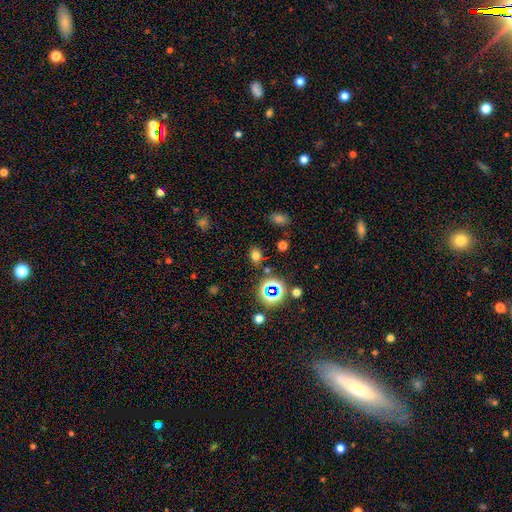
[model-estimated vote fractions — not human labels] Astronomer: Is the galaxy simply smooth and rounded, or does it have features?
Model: smooth — 66%.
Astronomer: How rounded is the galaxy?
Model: in between — 52% (runner-up: round, 47%).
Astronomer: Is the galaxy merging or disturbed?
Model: none — 81%.